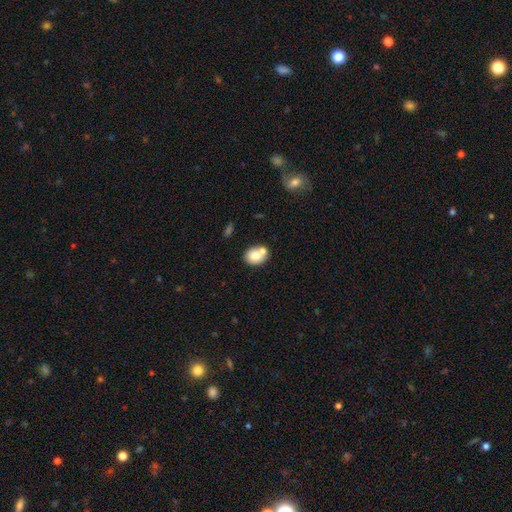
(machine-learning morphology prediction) Smooth or featured?
  - smooth: 75% *
  - featured or disk: 16%
  - star or artifact: 9%
How rounded?
  - round: 50% *
  - in between: 49%
  - cigar-shaped: 1%
Merging?
  - none: 51% *
  - merger: 34%
  - minor disturbance: 12%
  - major disturbance: 4%